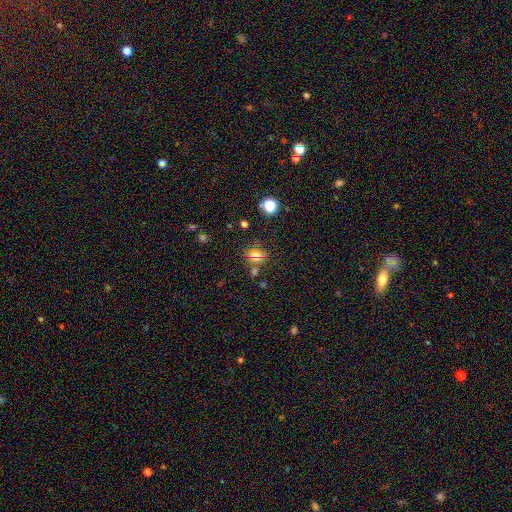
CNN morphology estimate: Q: Smooth or featured?
A: smooth (58%); runner-up: star or artifact (27%)
Q: How rounded?
A: round (52%); runner-up: in between (45%)
Q: Merging?
A: none (67%); runner-up: merger (14%)